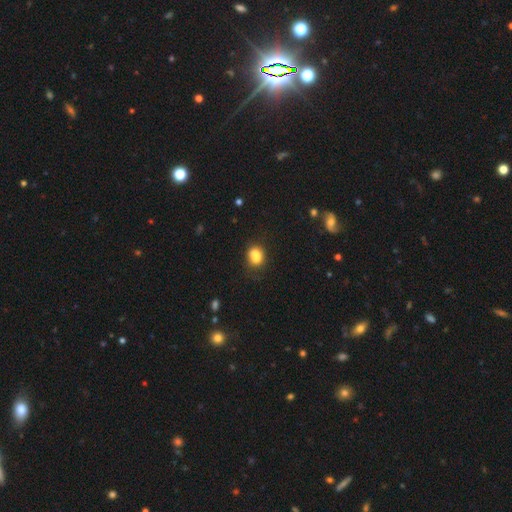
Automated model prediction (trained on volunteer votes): Smooth or featured?
  - smooth: 78% *
  - featured or disk: 11%
  - star or artifact: 11%
How rounded?
  - in between: 54% *
  - round: 44%
  - cigar-shaped: 1%
Merging?
  - none: 46% *
  - merger: 29%
  - minor disturbance: 19%
  - major disturbance: 7%